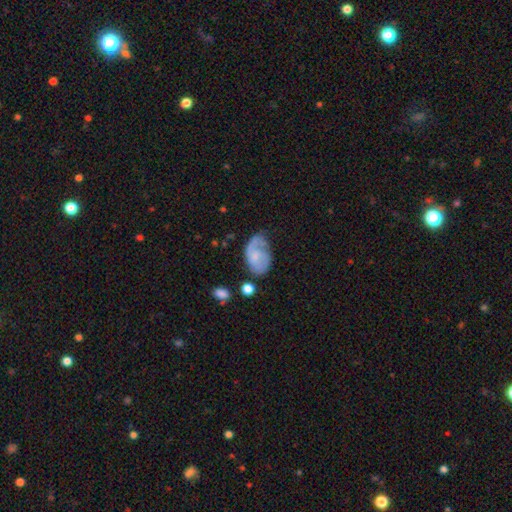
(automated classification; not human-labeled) The model was most divided on "merging": none: 37%, minor disturbance: 32%, major disturbance: 25%, merger: 6%. More confident: edge-on disk — no (97%); spiral arms — yes (79%); bar — no (69%); smooth or featured — featured or disk (57%); bulge size — small (51%).